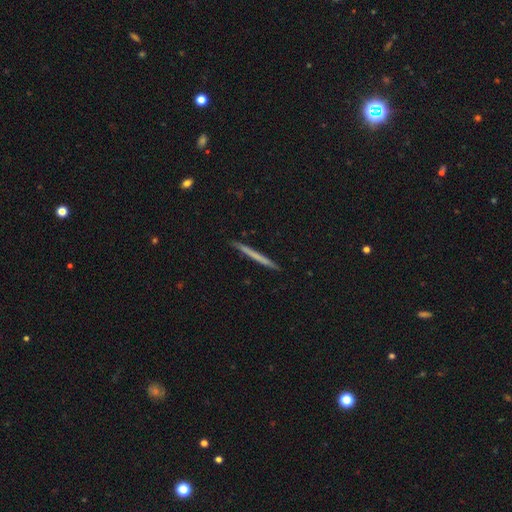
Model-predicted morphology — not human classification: smooth_or_featured: smooth (p=0.55) [alt: featured or disk p=0.40]
how_rounded: cigar-shaped (p=0.97) [alt: in between p=0.02]
merging: none (p=0.92) [alt: minor disturbance p=0.06]